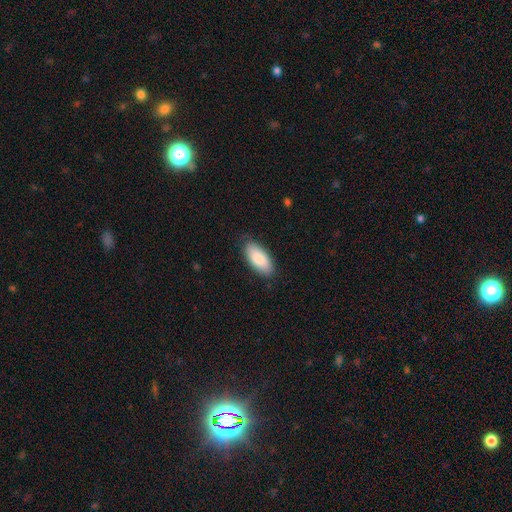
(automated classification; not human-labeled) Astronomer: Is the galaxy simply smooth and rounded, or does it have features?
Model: smooth — 86%.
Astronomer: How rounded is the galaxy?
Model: in between — 89%.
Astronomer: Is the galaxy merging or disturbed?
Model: none — 83%.